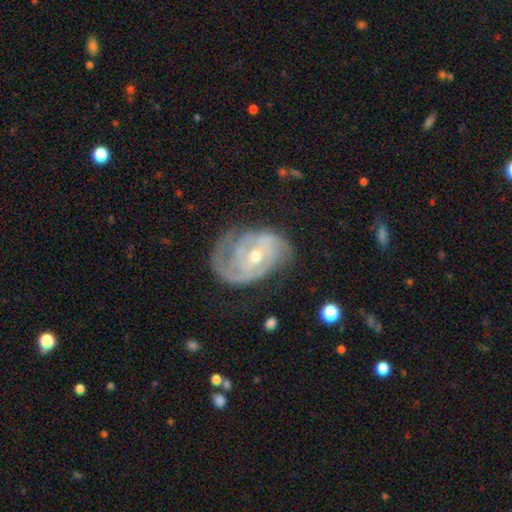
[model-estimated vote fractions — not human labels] smooth-or-featured: featured or disk: 85% | smooth: 9% | star or artifact: 5%
  disk-edge-on: no: 97% | yes: 3%
    bar: no: 48% | weak: 40% | strong: 12%
    has-spiral-arms: yes: 94% | no: 6%
      spiral-winding: tight: 52% | medium: 36% | loose: 12%
      spiral-arm-count: 2: 39% | can't tell: 23% | 3: 21% | 1: 8% | 4: 5% | more than 4: 4%
    bulge-size: small: 52% | moderate: 45% | large: 1% | none: 1% | dominant: 1%
  merging: none: 54% | minor disturbance: 26% | major disturbance: 19% | merger: 2%